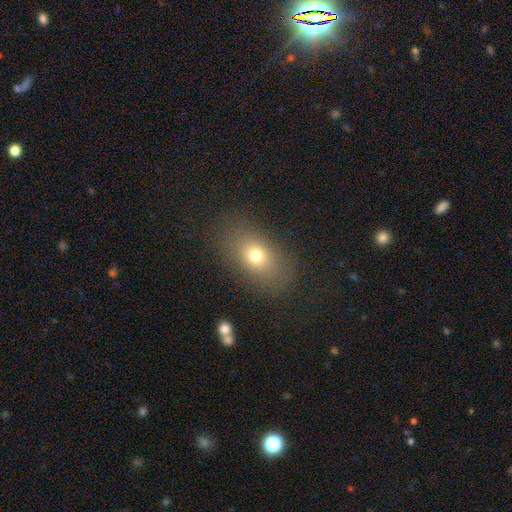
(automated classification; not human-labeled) The model was most divided on "how rounded": in between: 76%, round: 21%, cigar-shaped: 2%. More confident: merging — none (81%); smooth or featured — smooth (71%).